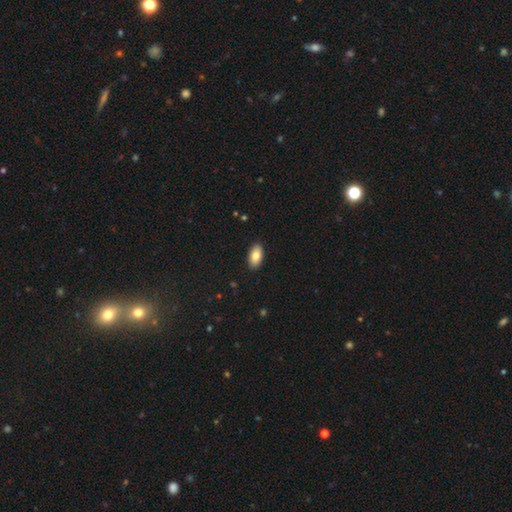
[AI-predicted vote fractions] Q: Smooth or featured?
A: smooth (84%); runner-up: featured or disk (10%)
Q: How rounded?
A: in between (94%); runner-up: cigar-shaped (3%)
Q: Merging?
A: none (90%); runner-up: minor disturbance (8%)